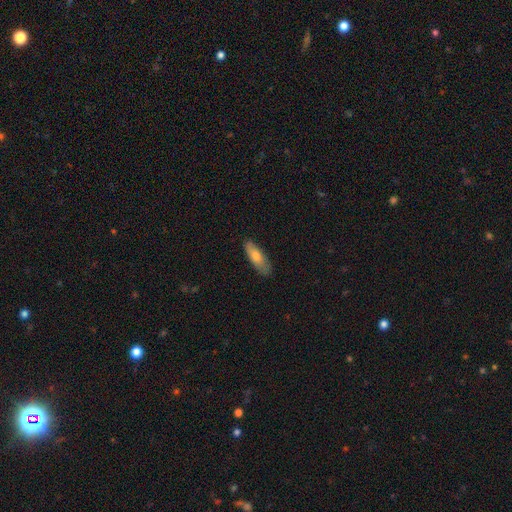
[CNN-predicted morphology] Q: Smooth or featured?
A: smooth (67%); runner-up: featured or disk (26%)
Q: How rounded?
A: cigar-shaped (50%); runner-up: in between (48%)
Q: Merging?
A: none (84%); runner-up: minor disturbance (13%)